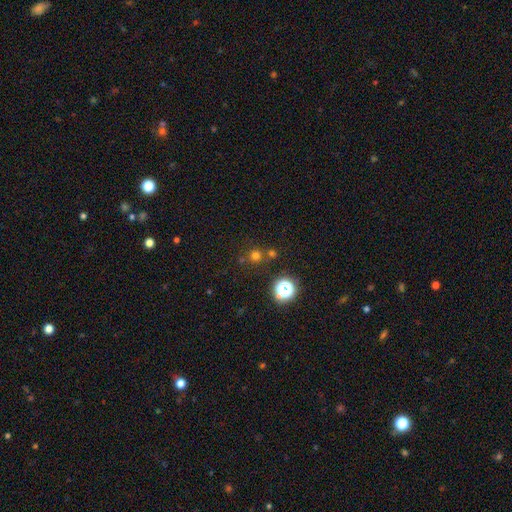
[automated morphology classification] Q: Smooth or featured?
A: smooth (63%); runner-up: star or artifact (30%)
Q: How rounded?
A: round (93%); runner-up: in between (6%)
Q: Merging?
A: none (73%); runner-up: merger (16%)